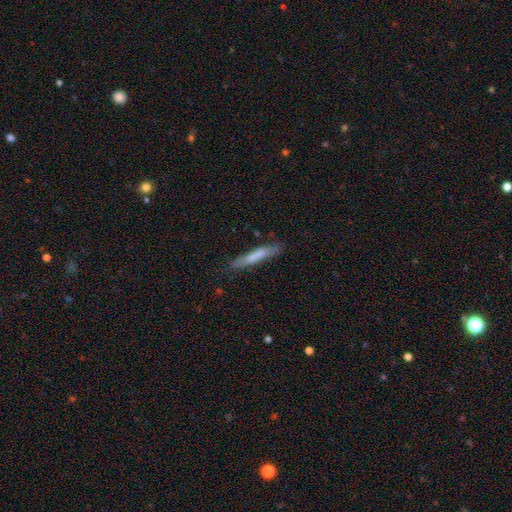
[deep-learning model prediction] A smooth galaxy with no disk features (68%) that is cigar-shaped (93%). Merging: none (80%).